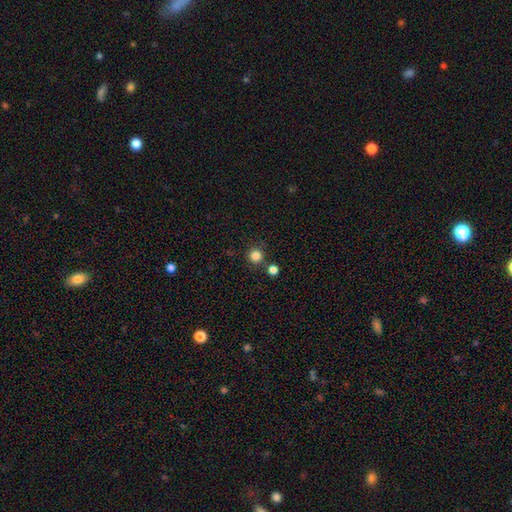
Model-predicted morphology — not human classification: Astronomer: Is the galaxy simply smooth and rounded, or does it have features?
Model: smooth — 83%.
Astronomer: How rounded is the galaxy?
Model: round — 95%.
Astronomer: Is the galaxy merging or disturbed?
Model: none — 82%.